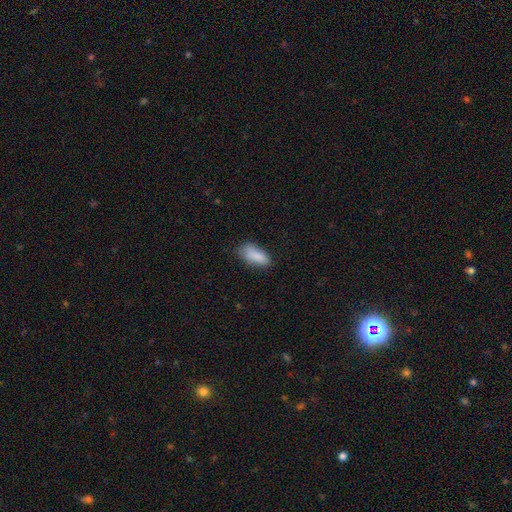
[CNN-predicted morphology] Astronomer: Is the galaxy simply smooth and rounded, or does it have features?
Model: smooth — 84%.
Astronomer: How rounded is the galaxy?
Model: in between — 84%.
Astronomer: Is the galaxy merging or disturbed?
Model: none — 58%.